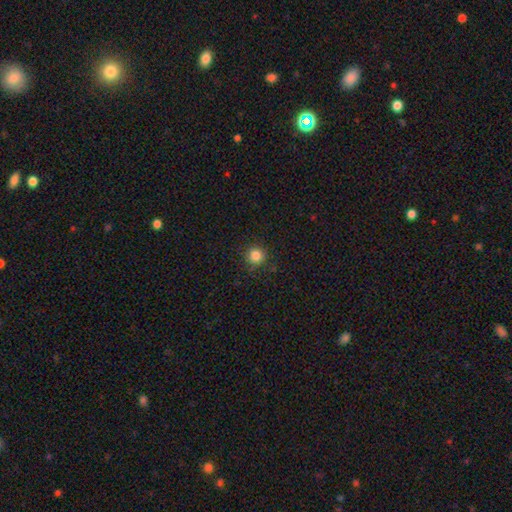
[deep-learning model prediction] This is clearly a smooth galaxy (84%). How rounded: clearly round (95%). Merging: clearly none (89%).